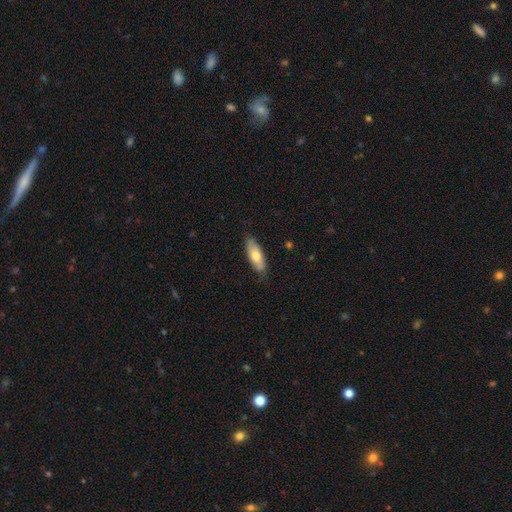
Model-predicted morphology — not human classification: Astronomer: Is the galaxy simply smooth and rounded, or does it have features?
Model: smooth — 67%.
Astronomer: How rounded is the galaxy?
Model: in between — 70%.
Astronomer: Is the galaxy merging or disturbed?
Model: none — 79%.